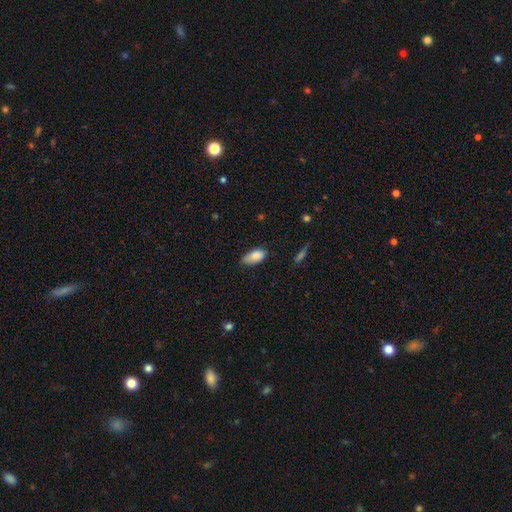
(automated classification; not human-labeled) This is clearly a smooth galaxy (85%). How rounded: clearly in between (91%). Merging: likely none (61%).